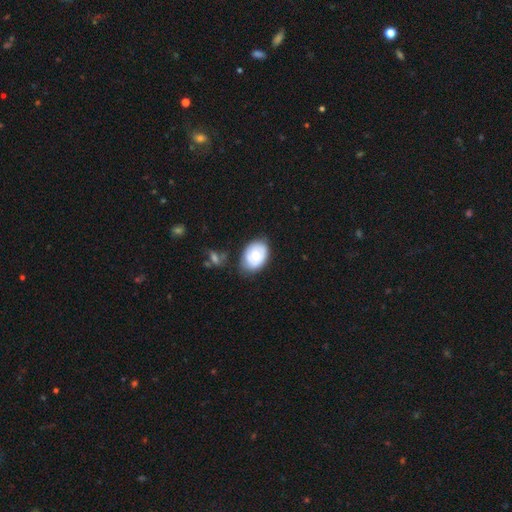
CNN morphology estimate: Overall: smooth (53%; featured or disk 41%). How rounded: in between (70%). Merging: none (73%).